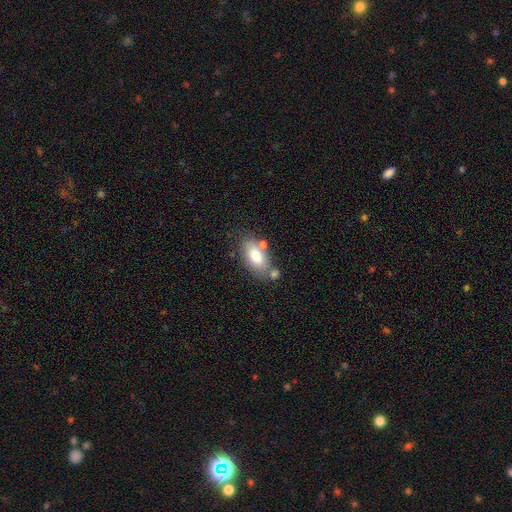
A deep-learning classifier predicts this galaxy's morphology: This is likely a smooth galaxy (77%). How rounded: clearly in between (90%). Merging: likely none (63%).